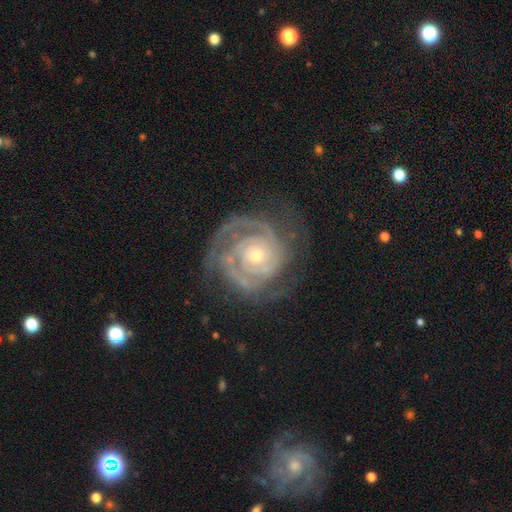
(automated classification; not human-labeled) The model was most divided on "bulge size": small: 49%, moderate: 47%, large: 2%, none: 1%, dominant: 1%. Remaining: edge-on disk — no (98%); spiral arms — yes (97%); smooth or featured — featured or disk (90%); spiral winding — tight (79%); bar — no (78%); merging — none (71%); spiral arm count — 2 (34%).